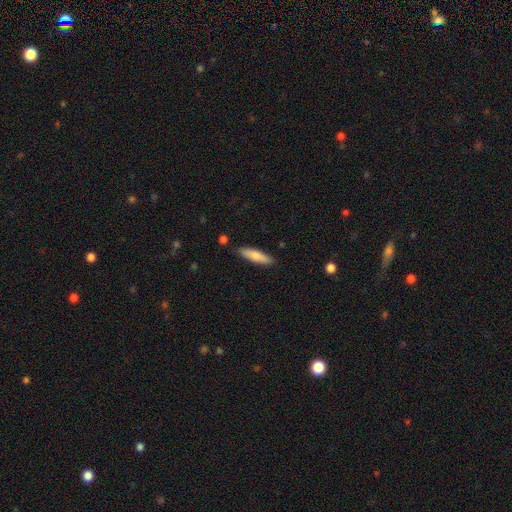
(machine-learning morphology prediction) Smooth or featured: smooth — 74% (featured or disk — 20%)
How rounded: cigar-shaped — 65% (in between — 34%)
Merging: none — 84% (minor disturbance — 12%)